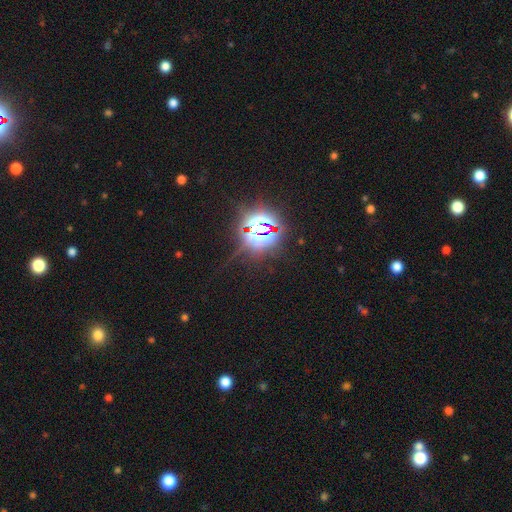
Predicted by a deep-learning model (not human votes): Morphology: type=star or artifact (84%).